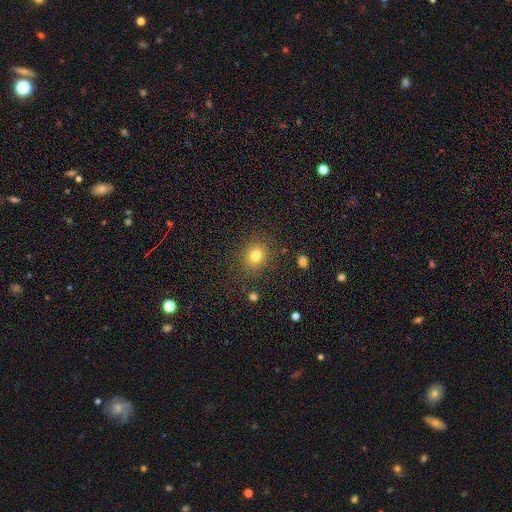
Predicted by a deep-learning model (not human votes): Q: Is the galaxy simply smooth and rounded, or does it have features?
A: smooth — 78%.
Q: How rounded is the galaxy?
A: round — 67%.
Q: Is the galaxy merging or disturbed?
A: none — 83%.